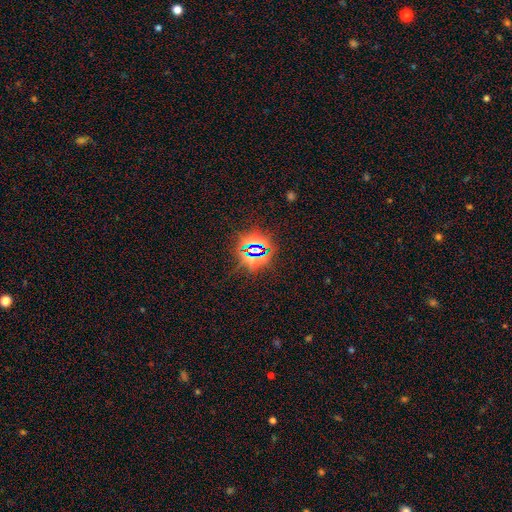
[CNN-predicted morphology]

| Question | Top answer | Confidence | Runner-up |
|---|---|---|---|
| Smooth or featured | star or artifact | 78% | smooth (14%) |